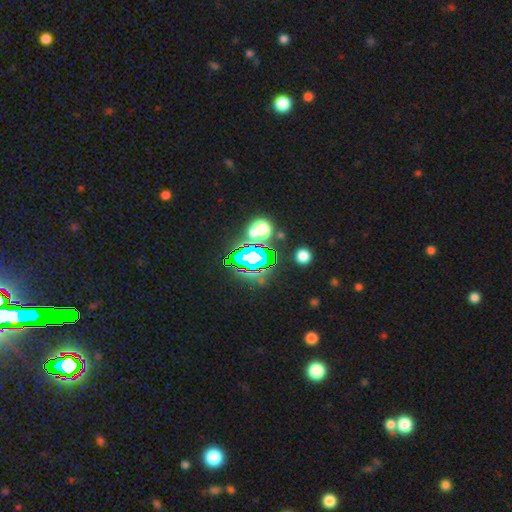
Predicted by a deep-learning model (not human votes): Smooth or featured?
  - star or artifact: 77% *
  - smooth: 14%
  - featured or disk: 8%